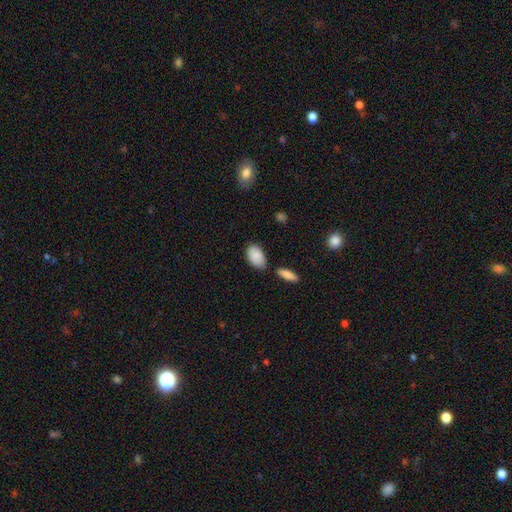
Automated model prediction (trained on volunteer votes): This appears to be a smooth galaxy with no disk features (88%) that is in between round and cigar-shaped (93%). Merging: none (65%).